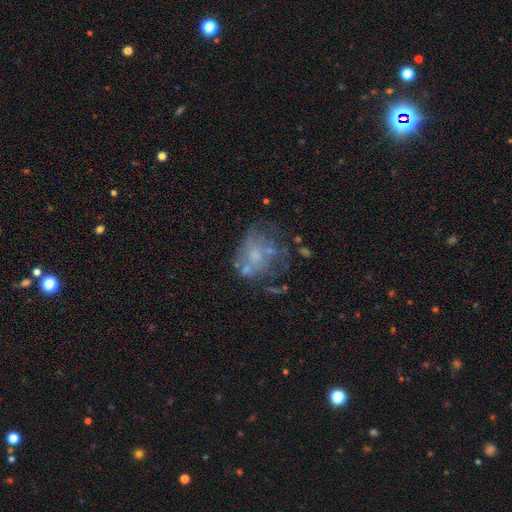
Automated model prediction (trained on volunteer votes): smooth_or_featured: featured or disk (p=0.55) [alt: smooth p=0.32]
disk_edge_on: no (p=0.98) [alt: yes p=0.02]
bar: no (p=0.86) [alt: weak p=0.12]
has_spiral_arms: no (p=0.78) [alt: yes p=0.22]
bulge_size: small (p=0.33) [alt: none p=0.31]
merging: none (p=0.37) [alt: major disturbance p=0.30]